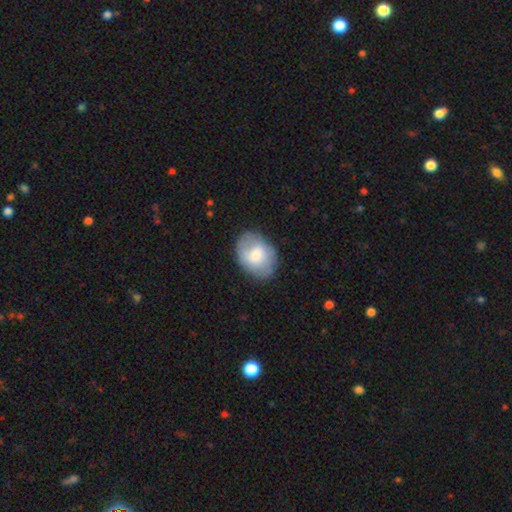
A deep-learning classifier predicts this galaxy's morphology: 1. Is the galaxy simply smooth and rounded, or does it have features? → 63% smooth, 30% featured or disk, 7% star or artifact.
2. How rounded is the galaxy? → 73% in between, 26% round, 1% cigar-shaped.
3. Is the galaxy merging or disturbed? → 79% none, 15% minor disturbance, 4% major disturbance, 1% merger.